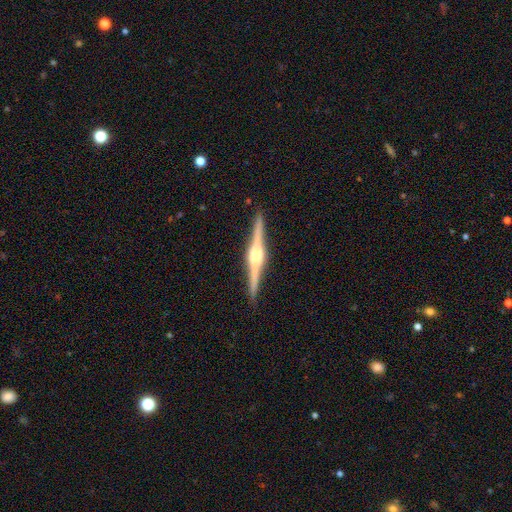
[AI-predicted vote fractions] A featured or disk galaxy (87%) viewed edge-on (99%) with a rounded central bulge (77%). Merging: none (91%).